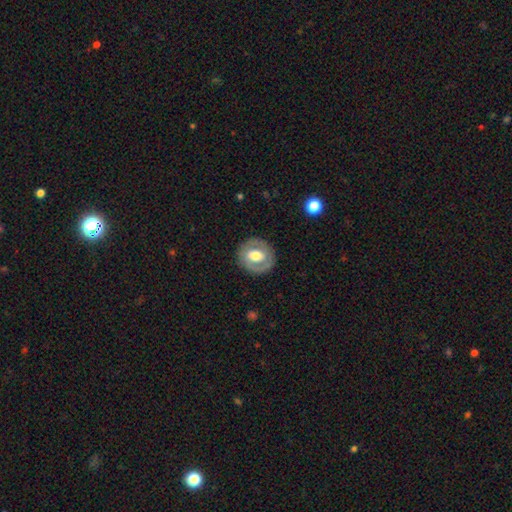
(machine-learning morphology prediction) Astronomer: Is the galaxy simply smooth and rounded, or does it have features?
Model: featured or disk — 57% (runner-up: smooth, 38%).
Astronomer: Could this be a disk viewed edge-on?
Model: no — 96%.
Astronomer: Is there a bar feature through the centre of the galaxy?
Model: no — 48% (runner-up: weak, 36%).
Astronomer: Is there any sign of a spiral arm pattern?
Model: no — 59% (runner-up: yes, 41%).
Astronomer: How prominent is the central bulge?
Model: moderate — 56% (runner-up: large, 34%).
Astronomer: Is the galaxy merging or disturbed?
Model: none — 84%.